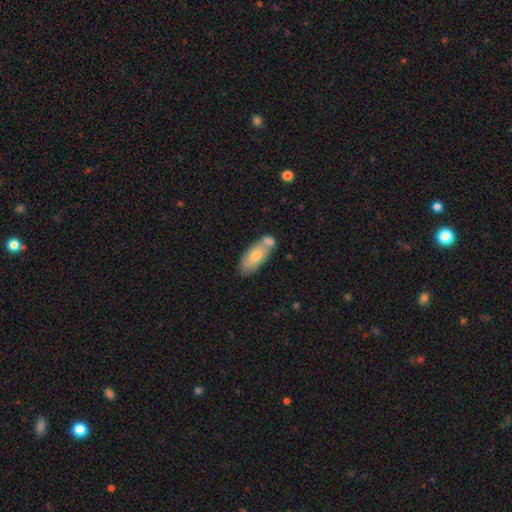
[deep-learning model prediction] smooth-or-featured: smooth: 70% | featured or disk: 24% | star or artifact: 6%
  how-rounded: in between: 84% | cigar-shaped: 14% | round: 2%
  merging: none: 44% | merger: 32% | minor disturbance: 18% | major disturbance: 5%